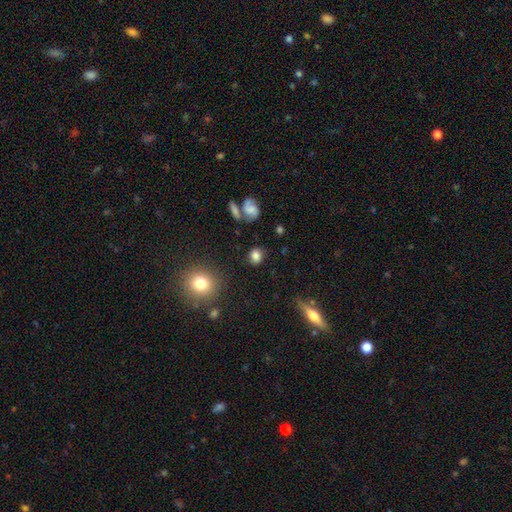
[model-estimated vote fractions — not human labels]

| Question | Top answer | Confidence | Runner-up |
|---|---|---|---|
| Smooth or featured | smooth | 80% | star or artifact (11%) |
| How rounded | round | 60% | in between (38%) |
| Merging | none | 80% | minor disturbance (12%) |